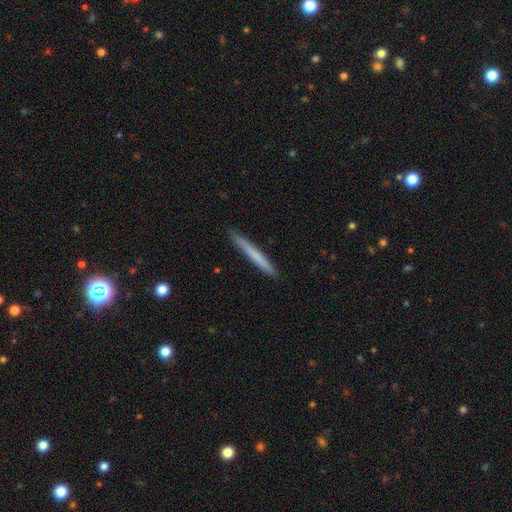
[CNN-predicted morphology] Overall: smooth (68%). How rounded: cigar-shaped (97%). Merging: none (90%).